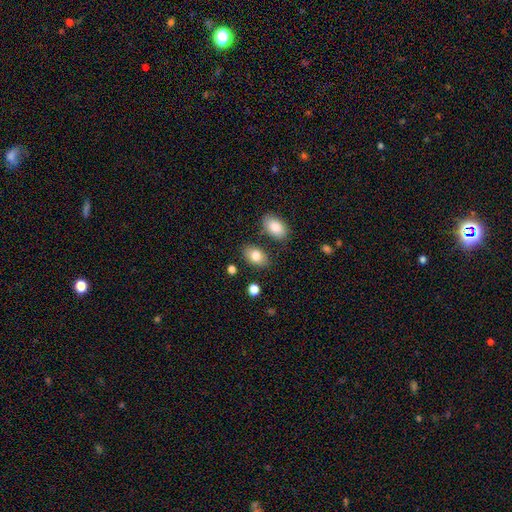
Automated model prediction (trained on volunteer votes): Smooth or featured? smooth (81%)
How rounded? in between (87%)
Merging? none (78%)